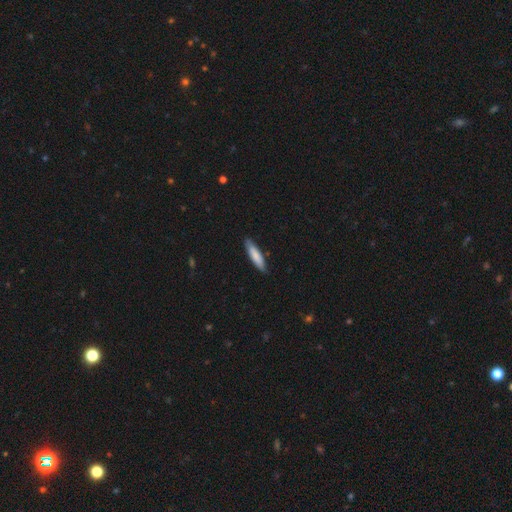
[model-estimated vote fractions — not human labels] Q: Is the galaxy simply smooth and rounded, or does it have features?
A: smooth — 79%.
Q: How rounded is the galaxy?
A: cigar-shaped — 77%.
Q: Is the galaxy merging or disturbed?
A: none — 85%.